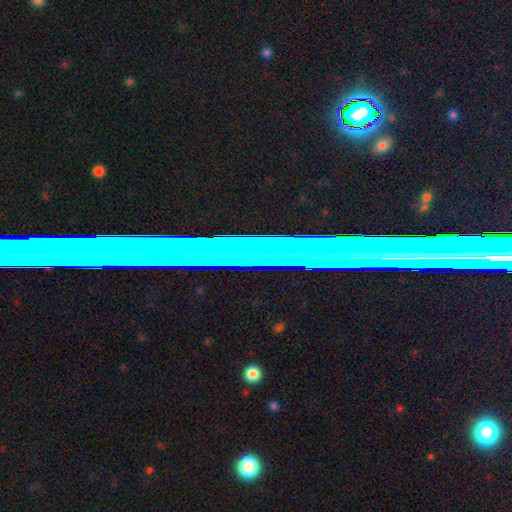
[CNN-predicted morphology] A star or artifact, not a galaxy (60%).